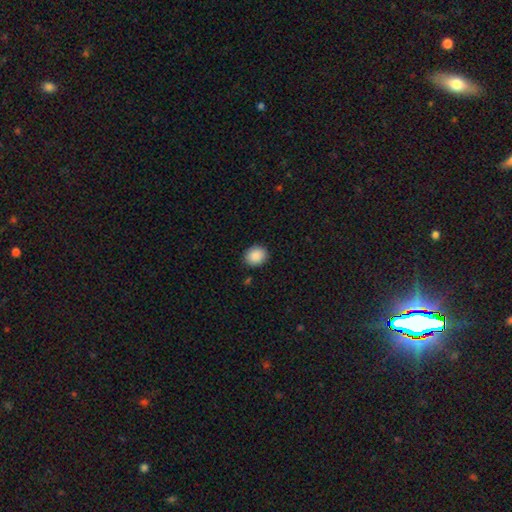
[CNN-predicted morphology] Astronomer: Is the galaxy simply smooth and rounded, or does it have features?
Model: smooth — 89%.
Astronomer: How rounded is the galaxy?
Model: round — 68%.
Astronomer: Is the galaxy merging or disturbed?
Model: none — 89%.